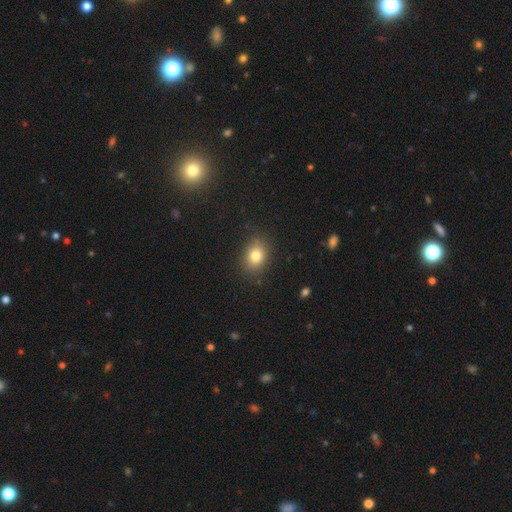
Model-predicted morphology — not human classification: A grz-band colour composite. It shows a smooth galaxy with no disk features (80%) that is in between round and cigar-shaped (55%). Merging: none (85%).